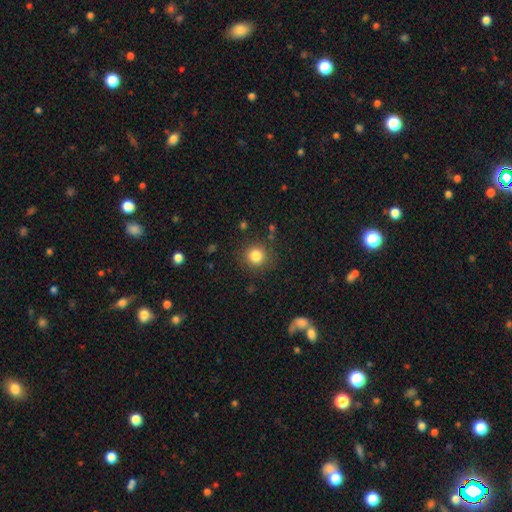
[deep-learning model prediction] smooth 83%, star or artifact 11%, featured or disk 5%. Down the decision tree: how rounded — round (90%); merging — none (87%).